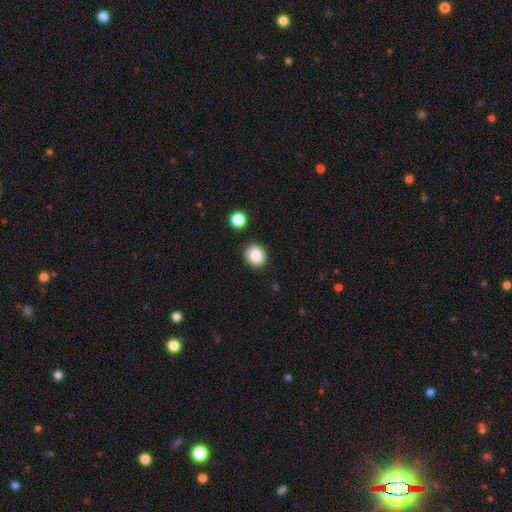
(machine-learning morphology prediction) type=smooth (85%); roundness=round (73%); merging=none (87%).